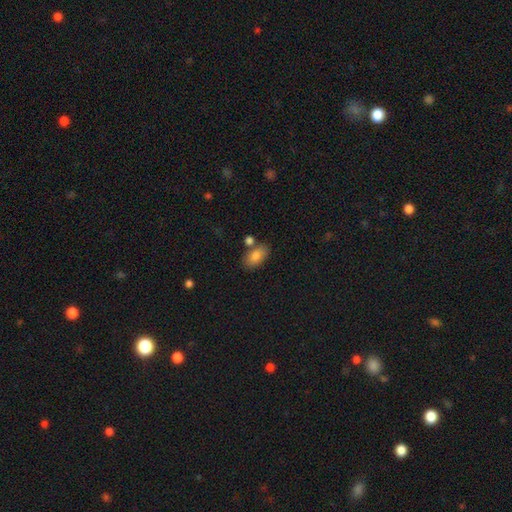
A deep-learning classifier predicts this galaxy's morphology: smooth 84%, featured or disk 9%, star or artifact 7%. Down the decision tree: how rounded — in between (91%); merging — none (71%).